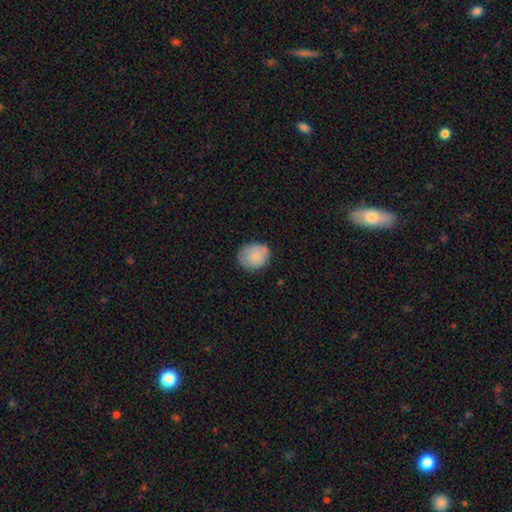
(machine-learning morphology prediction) smooth 81%, featured or disk 11%, star or artifact 7%. Down the decision tree: how rounded — round (67%); merging — none (69%).